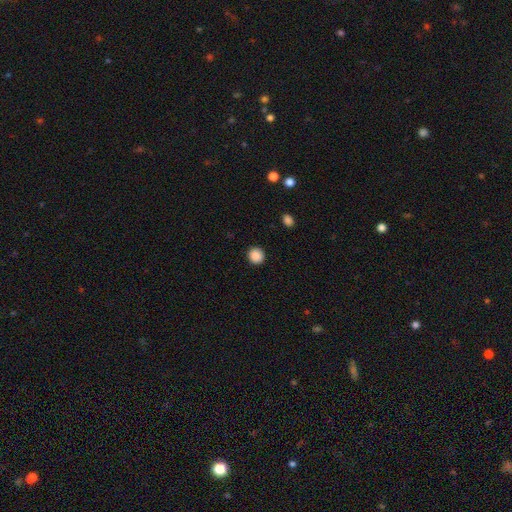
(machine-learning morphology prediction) Smooth or featured? Predicted: smooth (p=0.88). How rounded? Predicted: round (p=0.91). Merging? Predicted: none (p=0.92).